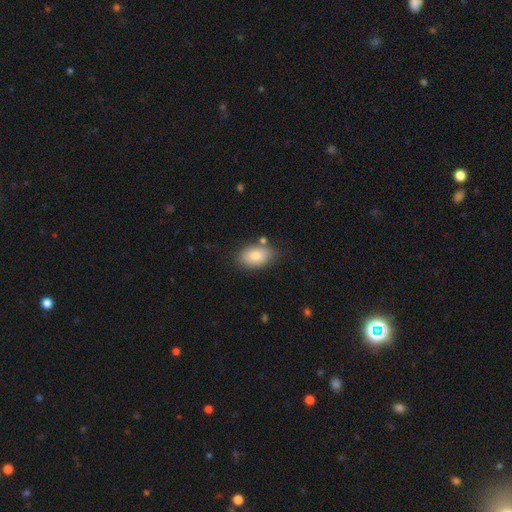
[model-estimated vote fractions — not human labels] Smooth or featured? smooth (82%)
How rounded? in between (89%)
Merging? none (75%)